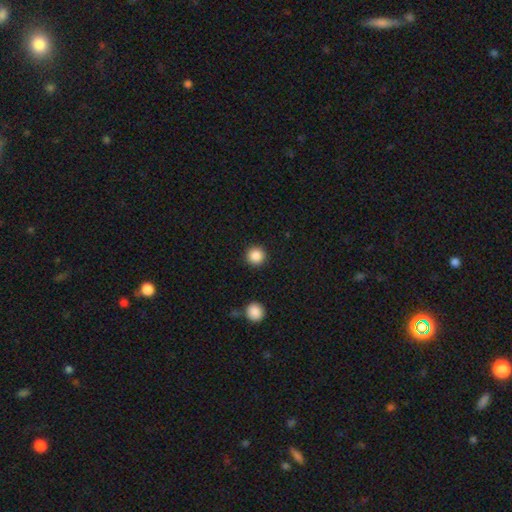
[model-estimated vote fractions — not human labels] Overall: smooth (87%). How rounded: round (96%). Merging: none (92%).